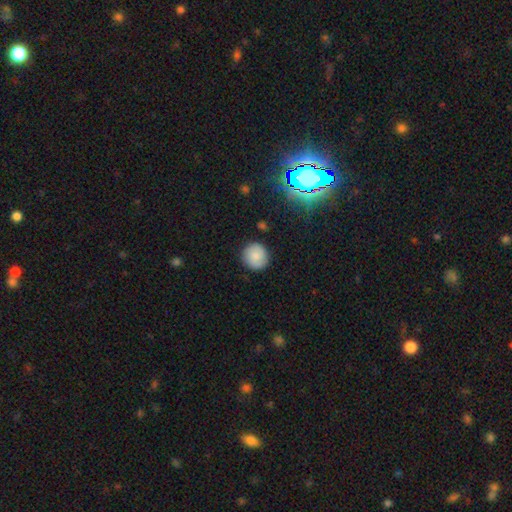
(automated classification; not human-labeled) A smooth galaxy with no disk features (82%) that is round (93%).

Vote fractions:
- Smooth or featured? smooth: 82% / featured or disk: 10% / star or artifact: 8%
- How rounded? round: 93% / in between: 6% / cigar-shaped: 1%
- Merging? none: 88% / minor disturbance: 8% / major disturbance: 2% / merger: 1%